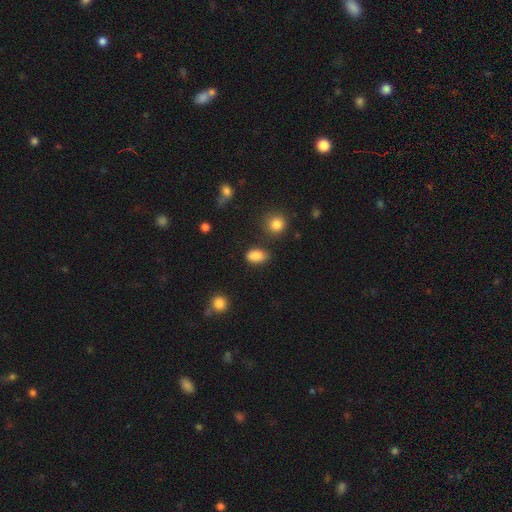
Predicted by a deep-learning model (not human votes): Smooth or featured?
  - smooth: 86% *
  - star or artifact: 9%
  - featured or disk: 5%
How rounded?
  - in between: 88% *
  - round: 10%
  - cigar-shaped: 2%
Merging?
  - none: 73% *
  - minor disturbance: 20%
  - major disturbance: 4%
  - merger: 3%